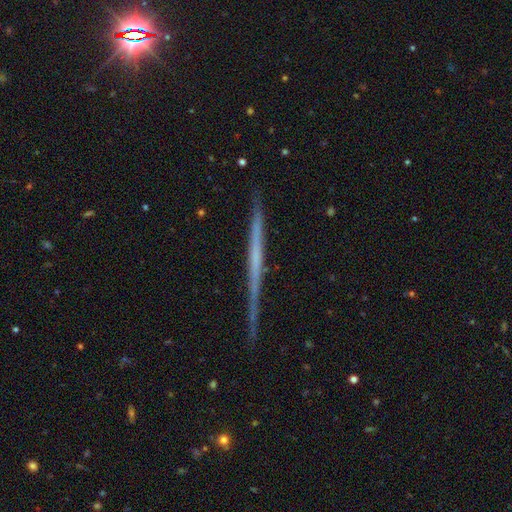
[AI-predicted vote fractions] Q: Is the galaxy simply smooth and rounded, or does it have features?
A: featured or disk — 67%.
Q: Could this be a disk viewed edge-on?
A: yes — 98%.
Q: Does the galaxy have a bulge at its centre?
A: none — 89%.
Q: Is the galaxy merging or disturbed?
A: none — 88%.